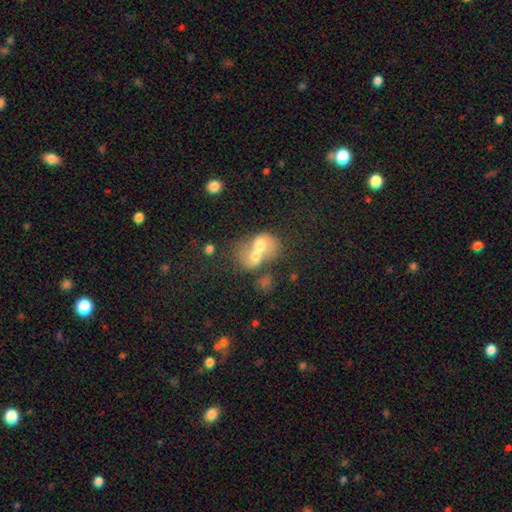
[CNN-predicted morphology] smooth 62%, featured or disk 30%, star or artifact 9%. Down the decision tree: how rounded — round (53%); merging — merger (79%).